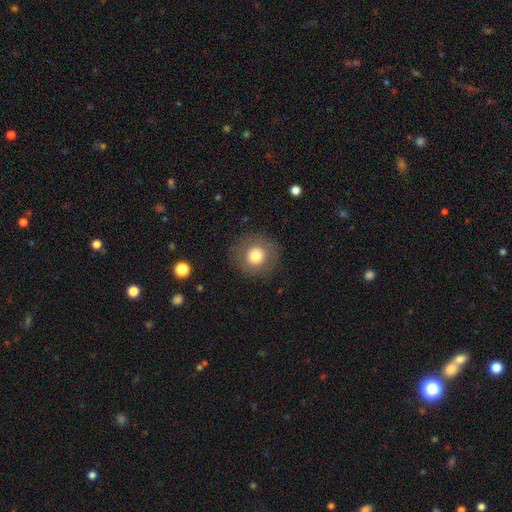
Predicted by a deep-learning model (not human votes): Smooth or featured? Predicted: smooth (p=0.75). How rounded? Predicted: round (p=0.94). Merging? Predicted: none (p=0.87).